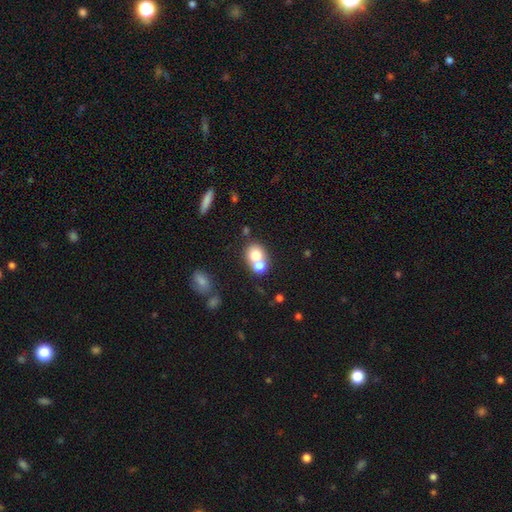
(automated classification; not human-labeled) This appears to be a smooth galaxy with no disk features (74%) that is round (72%). Merging: merger (53%).